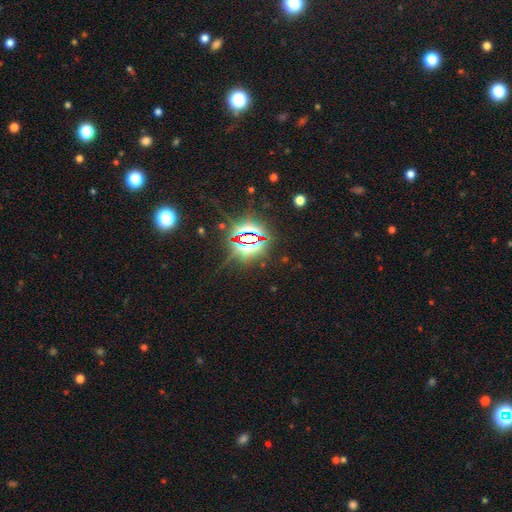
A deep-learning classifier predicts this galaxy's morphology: type=star or artifact (84%).